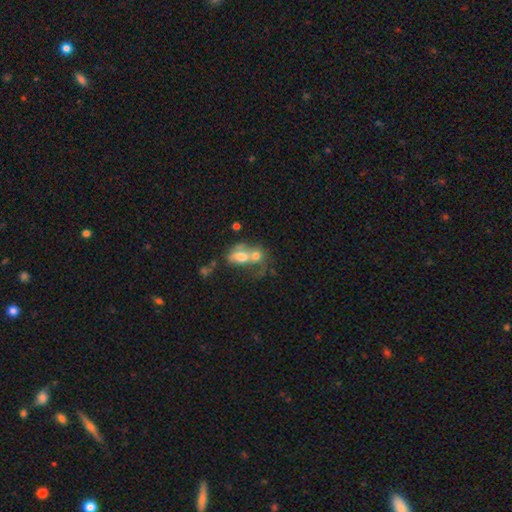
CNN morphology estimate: The model was most divided on "smooth or featured": smooth: 61%, featured or disk: 28%, star or artifact: 11%. More confident: merging — merger (70%); how rounded — in between (65%).